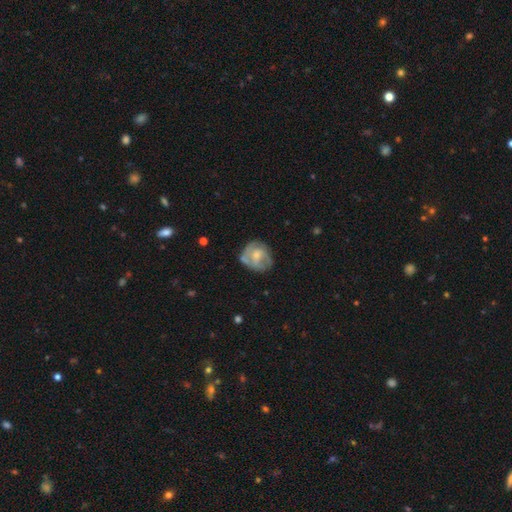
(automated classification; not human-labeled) featured or disk 55%, smooth 39%, star or artifact 6%. Down the decision tree: edge-on disk — no (97%); bar — no (63%); spiral arms — yes (60%); bulge size — moderate (47%); merging — none (60%).